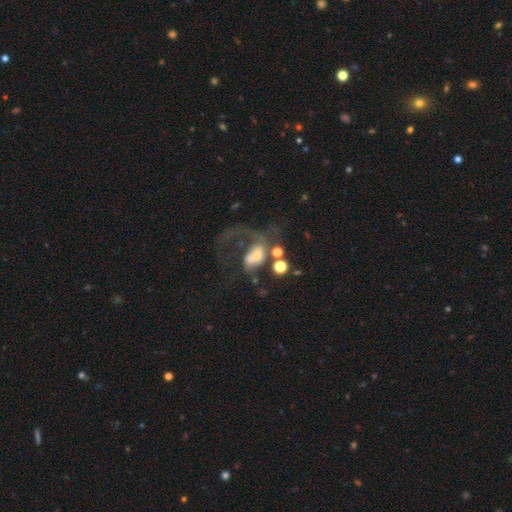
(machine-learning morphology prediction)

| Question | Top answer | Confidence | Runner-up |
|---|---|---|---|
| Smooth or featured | featured or disk | 56% | smooth (31%) |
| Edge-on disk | no | 96% | yes (4%) |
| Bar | no | 65% | weak (25%) |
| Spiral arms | yes | 62% | no (38%) |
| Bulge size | small | 36% | tied: moderate (36%) |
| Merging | major disturbance | 47% | merger (28%) |